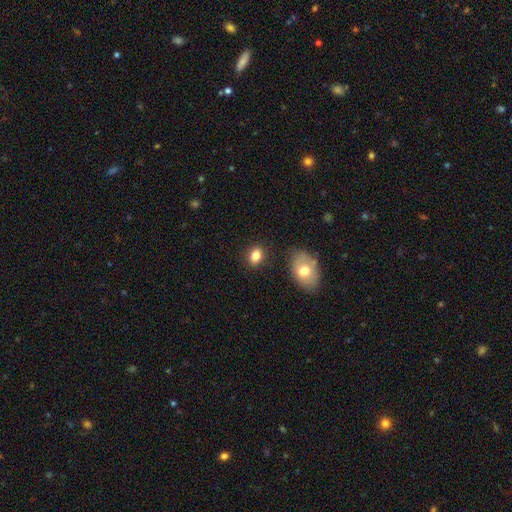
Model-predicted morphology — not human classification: Overall: smooth (82%). How rounded: in between (68%; round 31%). Merging: none (83%).